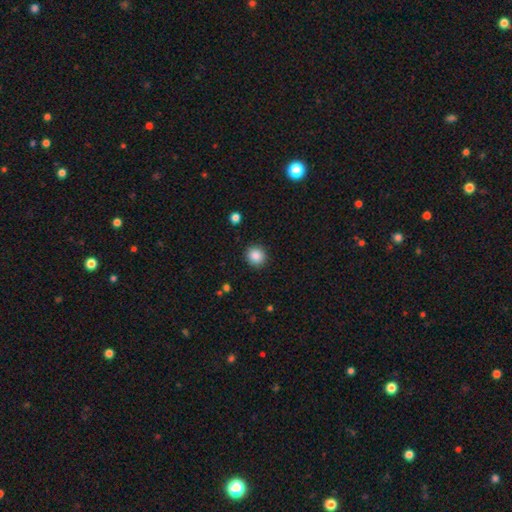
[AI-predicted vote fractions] smooth 87%, star or artifact 10%, featured or disk 4%. Down the decision tree: how rounded — round (90%); merging — none (91%).